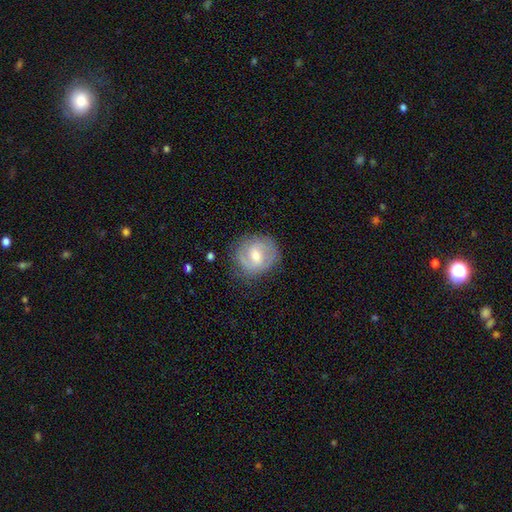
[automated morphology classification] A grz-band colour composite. It shows a featured or disk galaxy (62%) with a weak bar (56%), spiral arms (82%) and a moderate central bulge (62%). Merging: none (76%).